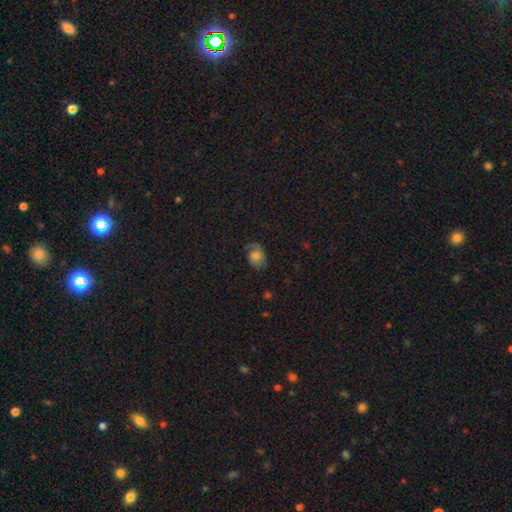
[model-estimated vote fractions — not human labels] A smooth galaxy with no disk features (66%) that is in between round and cigar-shaped (71%). Merging: none (60%).